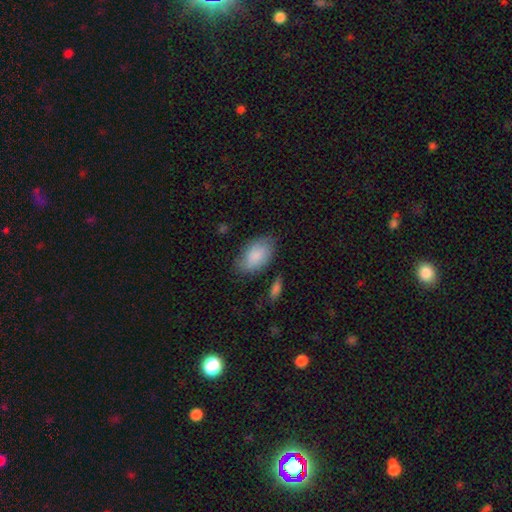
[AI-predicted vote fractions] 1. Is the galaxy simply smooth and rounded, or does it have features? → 84% smooth, 11% featured or disk, 6% star or artifact.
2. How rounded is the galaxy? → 92% in between, 7% round, 2% cigar-shaped.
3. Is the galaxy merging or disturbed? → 71% none, 20% minor disturbance, 5% major disturbance, 4% merger.